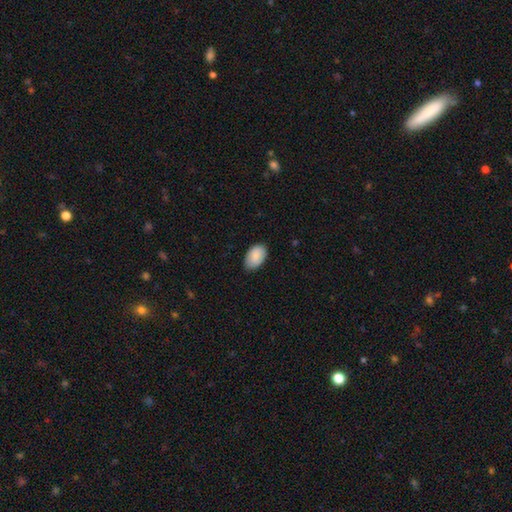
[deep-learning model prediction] Smooth or featured? smooth (89%)
How rounded? in between (92%)
Merging? none (79%)